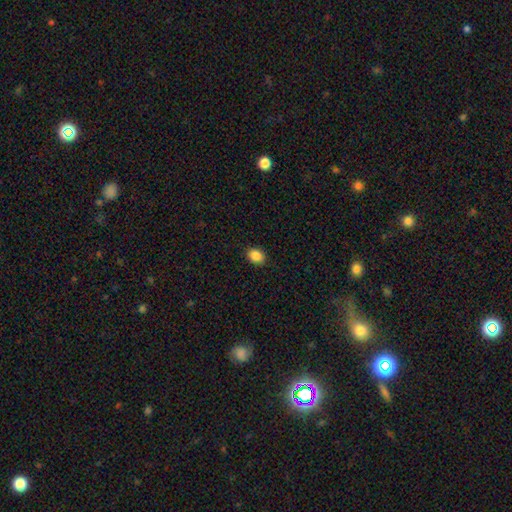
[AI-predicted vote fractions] A smooth galaxy with no disk features (87%) that is in between round and cigar-shaped (53%).

Vote fractions:
- Smooth or featured? smooth: 87% / star or artifact: 9% / featured or disk: 4%
- How rounded? in between: 53% / round: 46% / cigar-shaped: 1%
- Merging? none: 90% / minor disturbance: 7% / major disturbance: 2% / merger: 1%